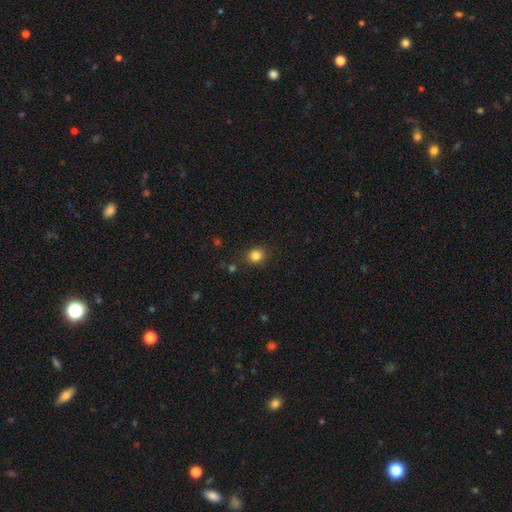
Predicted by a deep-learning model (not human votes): This appears to be a smooth galaxy with no disk features (83%) that is round (75%). Merging: none (85%).